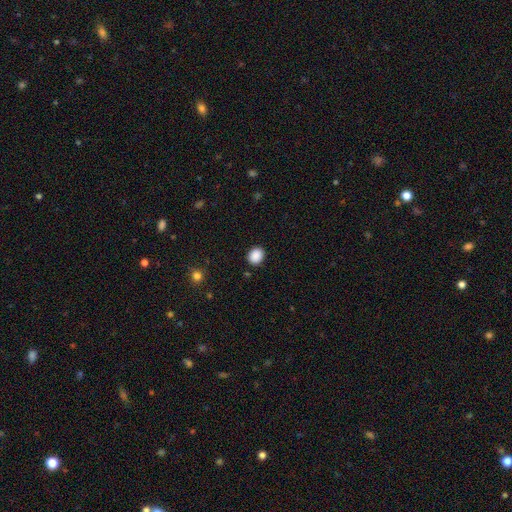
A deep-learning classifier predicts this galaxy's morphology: smooth_or_featured: smooth (p=0.89) [alt: star or artifact p=0.09]
how_rounded: round (p=0.64) [alt: in between p=0.35]
merging: none (p=0.89) [alt: minor disturbance p=0.07]